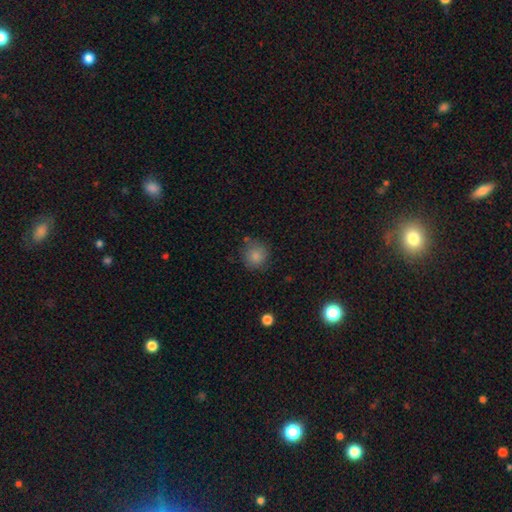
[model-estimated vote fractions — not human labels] Q: Smooth or featured?
A: smooth (84%); runner-up: star or artifact (10%)
Q: How rounded?
A: round (90%); runner-up: in between (9%)
Q: Merging?
A: none (78%); runner-up: minor disturbance (15%)